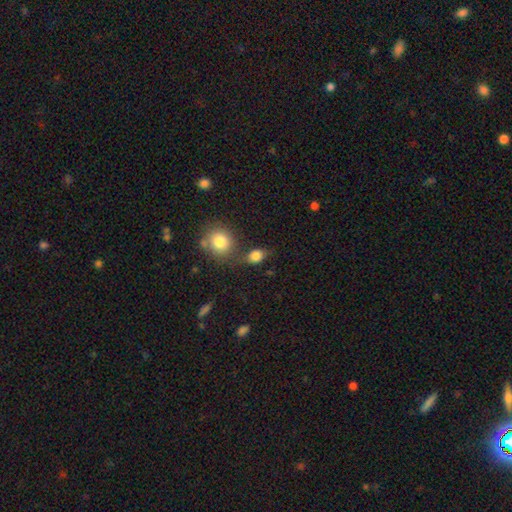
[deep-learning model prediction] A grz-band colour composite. It shows a smooth galaxy with no disk features (83%) that is in between round and cigar-shaped (58%). Merging: none (58%).